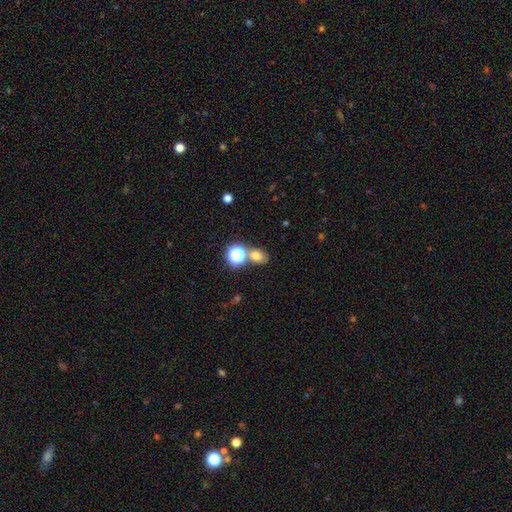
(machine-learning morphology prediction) Smooth or featured? smooth (70%)
How rounded? in between (52%)
Merging? none (65%)